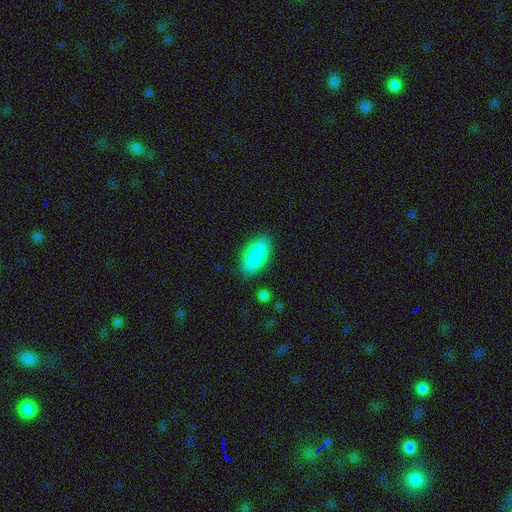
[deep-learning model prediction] Smooth or featured? Predicted: smooth (p=0.86). How rounded? Predicted: in between (p=0.93). Merging? Predicted: none (p=0.87).